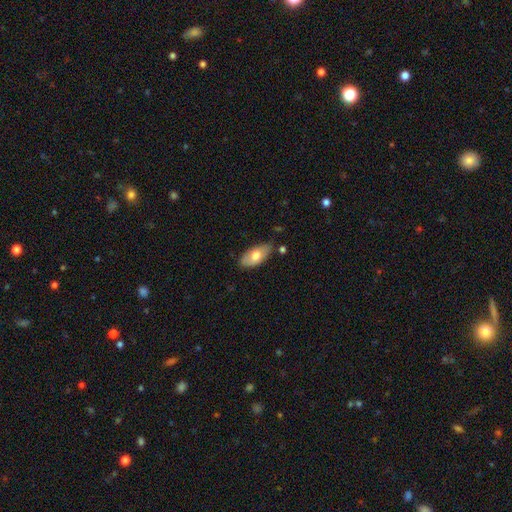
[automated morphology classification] Smooth or featured? smooth (70%)
How rounded? in between (93%)
Merging? none (68%)